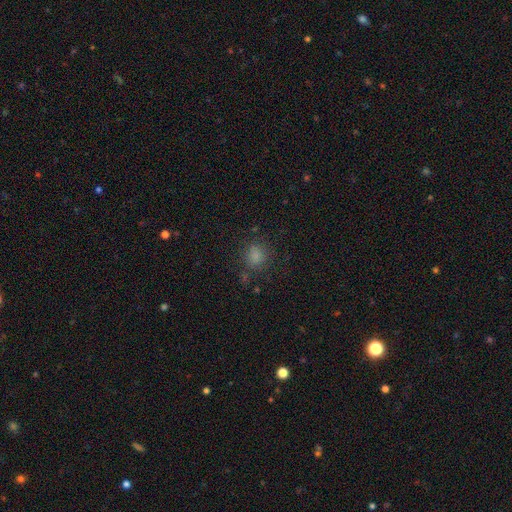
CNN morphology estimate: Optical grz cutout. It shows a smooth galaxy with no disk features (78%) that is round (78%). Merging: none (75%).